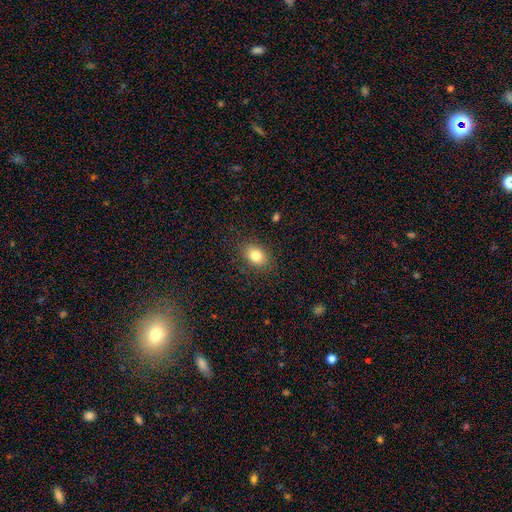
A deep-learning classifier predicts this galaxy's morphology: A smooth galaxy with no disk features (81%) that is in between round and cigar-shaped (74%).

Vote fractions:
- Smooth or featured? smooth: 81% / star or artifact: 10% / featured or disk: 9%
- How rounded? in between: 74% / round: 25% / cigar-shaped: 1%
- Merging? none: 85% / minor disturbance: 10% / major disturbance: 3% / merger: 1%